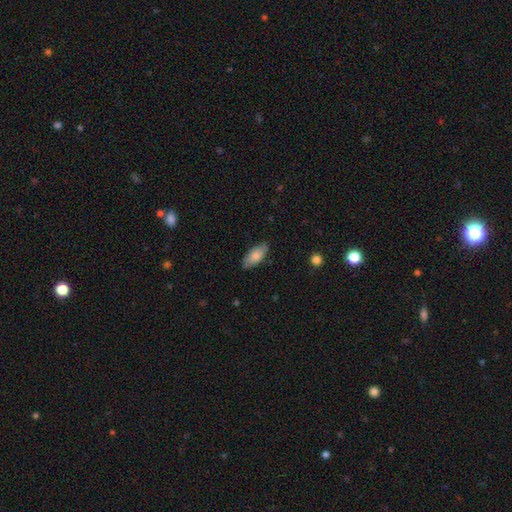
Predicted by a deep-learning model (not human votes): Q: Smooth or featured?
A: smooth (80%); runner-up: featured or disk (15%)
Q: How rounded?
A: in between (86%); runner-up: cigar-shaped (12%)
Q: Merging?
A: none (83%); runner-up: minor disturbance (14%)